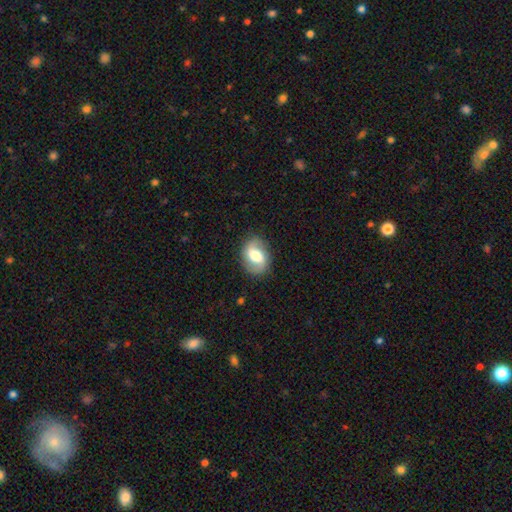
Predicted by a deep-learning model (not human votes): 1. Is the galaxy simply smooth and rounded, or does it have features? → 59% featured or disk, 34% smooth, 7% star or artifact.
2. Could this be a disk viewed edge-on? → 96% no, 4% yes.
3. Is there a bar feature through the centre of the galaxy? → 45% weak, 33% no, 22% strong.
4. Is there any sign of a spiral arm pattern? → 82% yes, 18% no.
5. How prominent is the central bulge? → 52% moderate, 32% large, 9% small, 4% dominant, 2% none.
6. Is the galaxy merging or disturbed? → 83% none, 12% minor disturbance, 4% major disturbance, 1% merger.